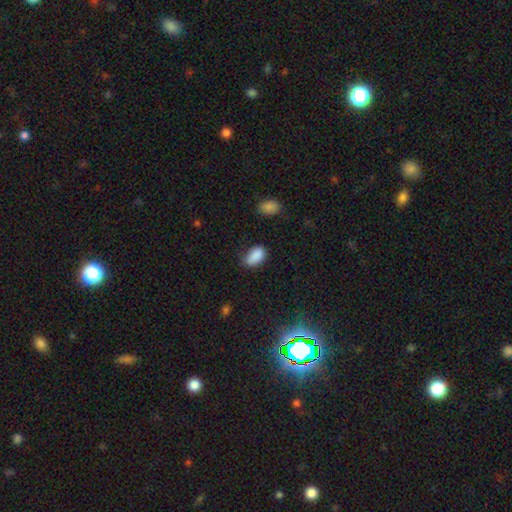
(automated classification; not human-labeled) Smooth or featured: smooth — 88% (star or artifact — 8%)
How rounded: in between — 92% (round — 6%)
Merging: none — 64% (minor disturbance — 28%)